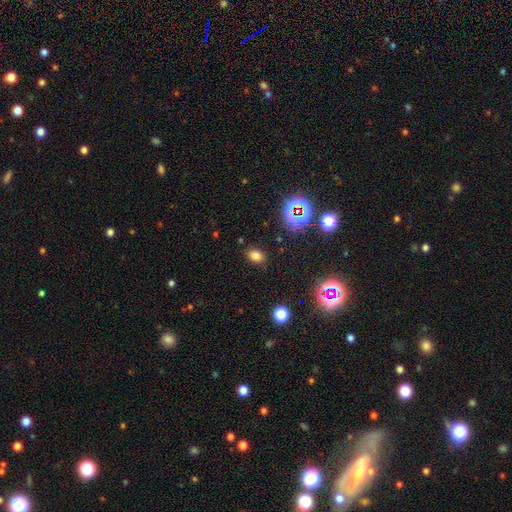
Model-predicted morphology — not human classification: smooth_or_featured: smooth (p=0.72) [alt: star or artifact p=0.21]
how_rounded: in between (p=0.71) [alt: round p=0.27]
merging: none (p=0.85) [alt: minor disturbance p=0.10]